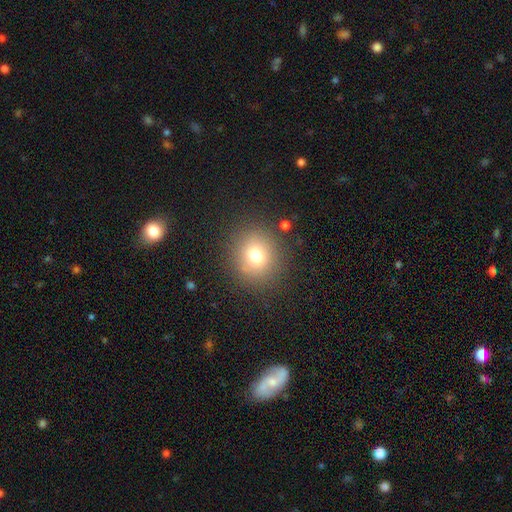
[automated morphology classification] Smooth or featured?
  - smooth: 72% *
  - star or artifact: 16%
  - featured or disk: 12%
How rounded?
  - round: 88% *
  - in between: 11%
  - cigar-shaped: 1%
Merging?
  - none: 86% *
  - minor disturbance: 8%
  - major disturbance: 4%
  - merger: 2%